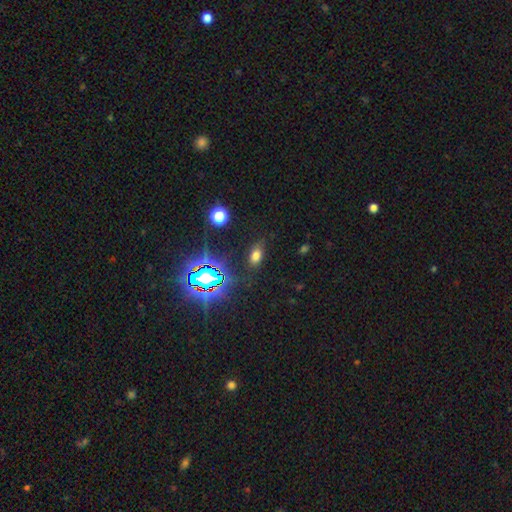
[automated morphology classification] A smooth galaxy with no disk features (64%) that is in between round and cigar-shaped (86%). Merging: none (82%).